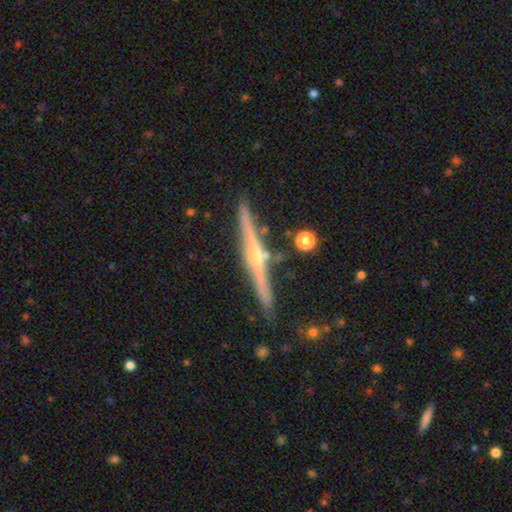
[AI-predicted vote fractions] This appears to be a featured or disk galaxy (80%) viewed edge-on (98%) with a rounded central bulge (72%). Merging: none (87%).